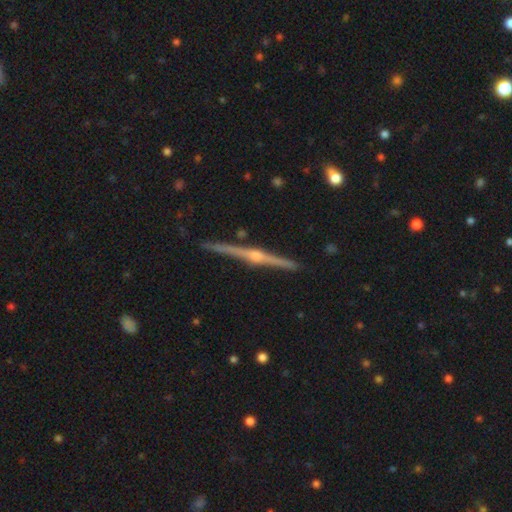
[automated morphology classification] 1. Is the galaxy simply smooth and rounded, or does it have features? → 88% featured or disk, 7% smooth, 5% star or artifact.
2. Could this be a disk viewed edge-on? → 99% yes, 1% no.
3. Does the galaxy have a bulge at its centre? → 89% rounded, 6% none, 5% boxy.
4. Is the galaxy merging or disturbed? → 91% none, 6% minor disturbance, 1% major disturbance, 1% merger.